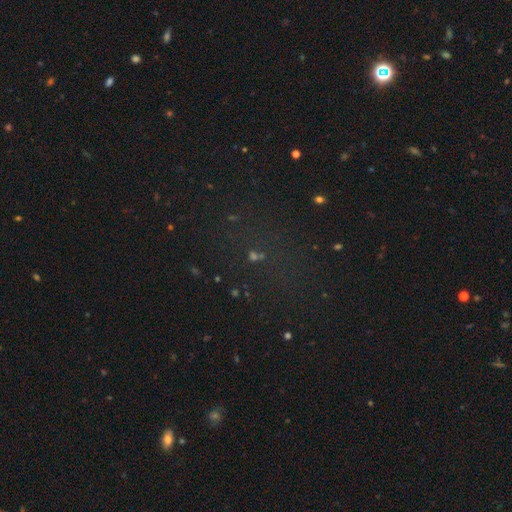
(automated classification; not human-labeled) star or artifact 60%, smooth 29%, featured or disk 10%.